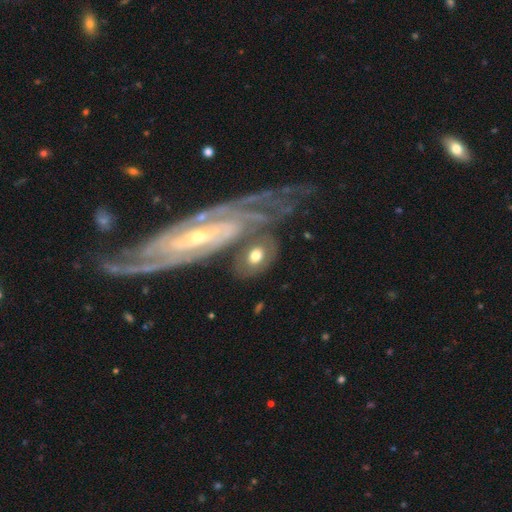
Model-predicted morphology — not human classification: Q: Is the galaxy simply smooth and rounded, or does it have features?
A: smooth — 57%.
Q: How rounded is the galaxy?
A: in between — 79%.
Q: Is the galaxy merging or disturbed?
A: none — 58%.